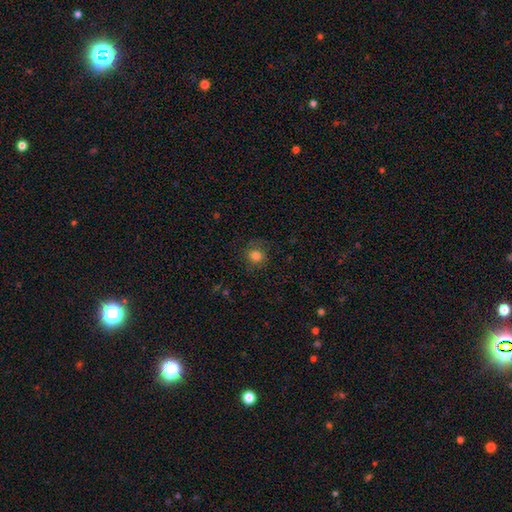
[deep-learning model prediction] A smooth galaxy with no disk features (81%) that is round (87%). Merging: none (80%).